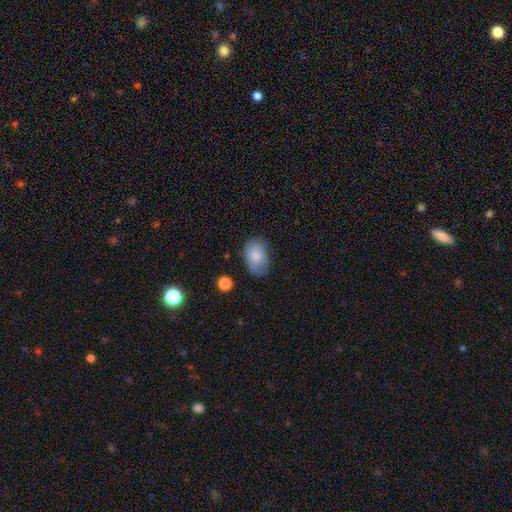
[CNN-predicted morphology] Q: Smooth or featured?
A: smooth (78%); runner-up: featured or disk (14%)
Q: How rounded?
A: in between (84%); runner-up: round (15%)
Q: Merging?
A: none (55%); runner-up: minor disturbance (31%)